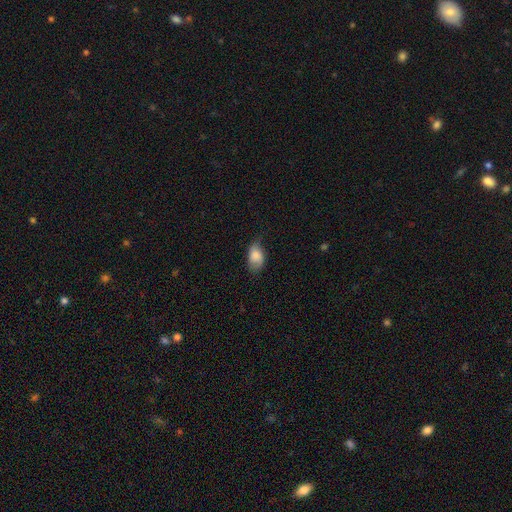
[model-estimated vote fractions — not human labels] smooth_or_featured: smooth (p=0.82) [alt: featured or disk p=0.11]
how_rounded: in between (p=0.90) [alt: round p=0.08]
merging: none (p=0.54) [alt: minor disturbance p=0.35]